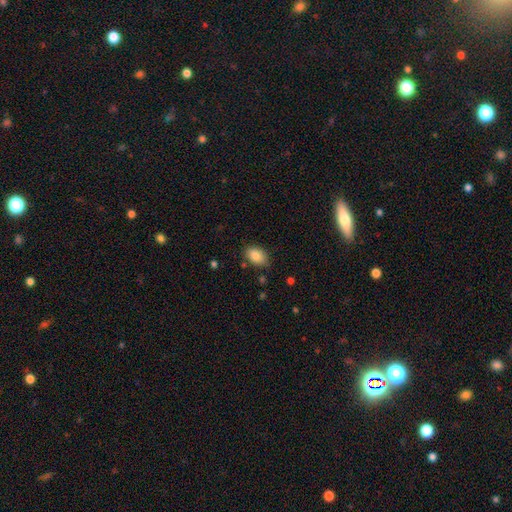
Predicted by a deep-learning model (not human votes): smooth_or_featured: smooth (p=0.85) [alt: star or artifact p=0.08]
how_rounded: in between (p=0.86) [alt: round p=0.13]
merging: none (p=0.80) [alt: minor disturbance p=0.15]